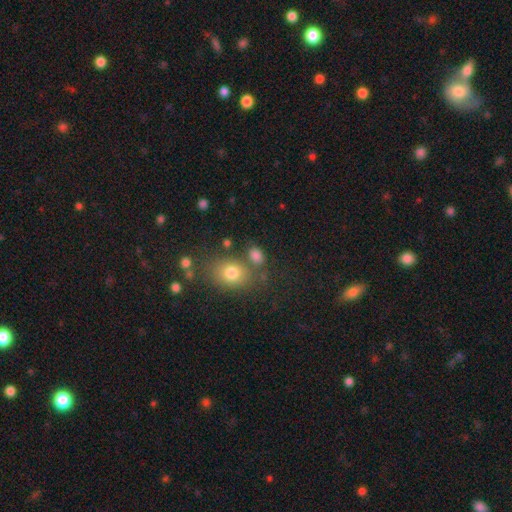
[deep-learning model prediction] This is likely a smooth galaxy (79%). How rounded: likely in between (73%). Merging: likely none (65%).